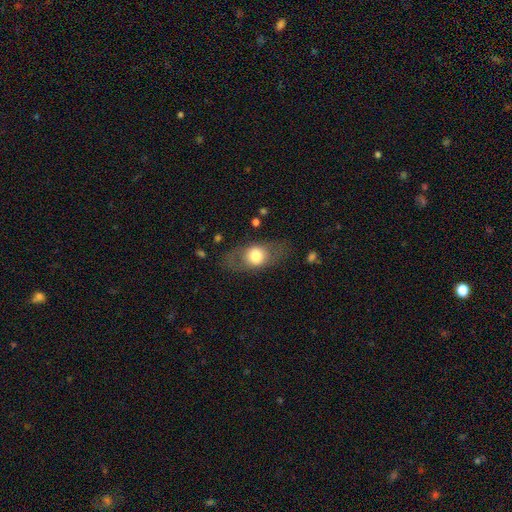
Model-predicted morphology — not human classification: smooth-or-featured: smooth: 63% | featured or disk: 30% | star or artifact: 7%
  how-rounded: in between: 69% | round: 27% | cigar-shaped: 3%
  merging: none: 74% | minor disturbance: 15% | major disturbance: 10% | merger: 1%